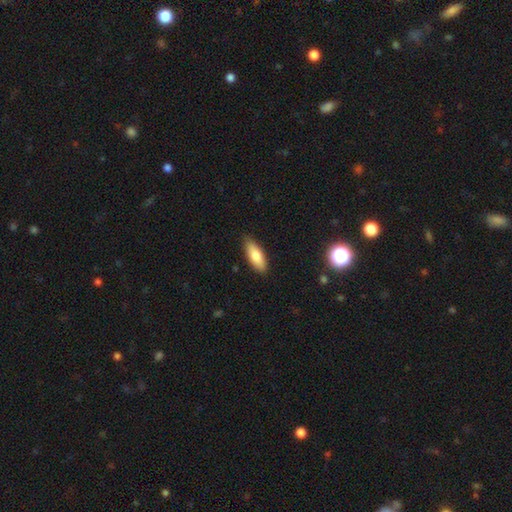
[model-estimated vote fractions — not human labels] Q: Smooth or featured?
A: smooth (80%); runner-up: featured or disk (14%)
Q: How rounded?
A: in between (68%); runner-up: cigar-shaped (30%)
Q: Merging?
A: none (86%); runner-up: minor disturbance (11%)